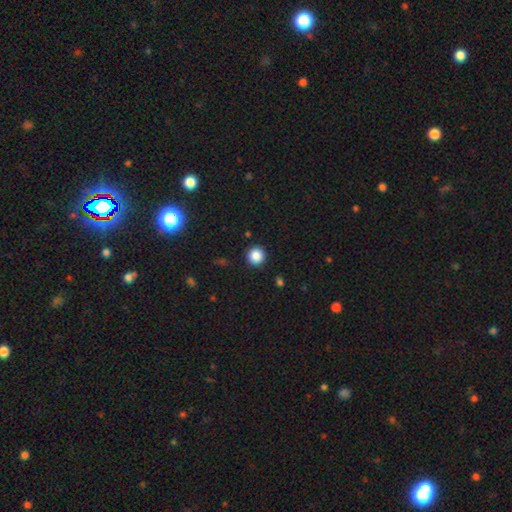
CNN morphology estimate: type=smooth (86%); roundness=round (95%); merging=none (92%).